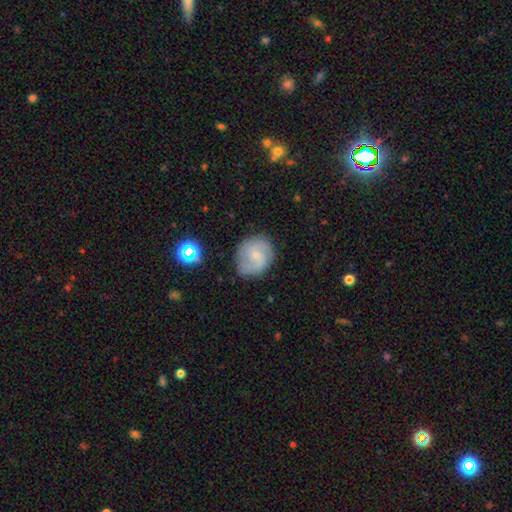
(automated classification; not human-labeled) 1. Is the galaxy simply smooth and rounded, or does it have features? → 52% featured or disk, 39% smooth, 9% star or artifact.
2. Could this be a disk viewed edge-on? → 97% no, 3% yes.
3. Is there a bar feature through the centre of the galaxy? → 59% no, 35% weak, 6% strong.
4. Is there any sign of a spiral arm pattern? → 84% yes, 16% no.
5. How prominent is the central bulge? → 75% small, 18% moderate, 5% none, 1% large, 1% dominant.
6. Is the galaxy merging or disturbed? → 72% none, 20% minor disturbance, 6% major disturbance, 3% merger.